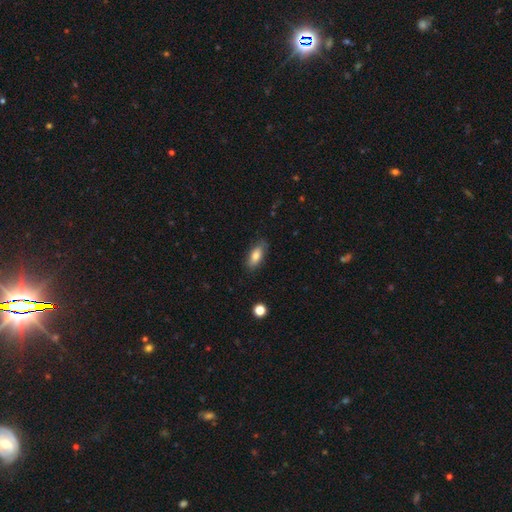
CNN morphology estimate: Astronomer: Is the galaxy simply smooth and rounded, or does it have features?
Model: smooth — 78%.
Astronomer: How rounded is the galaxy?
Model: in between — 80%.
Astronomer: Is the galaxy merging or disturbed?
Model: none — 80%.